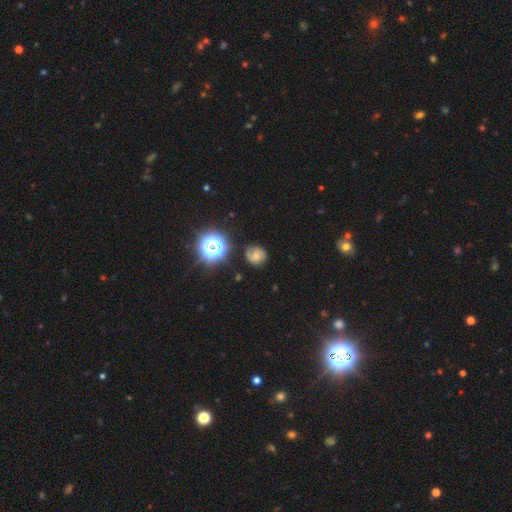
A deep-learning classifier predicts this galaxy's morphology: This is marginally a smooth galaxy (44%). Merging: likely none (70%).